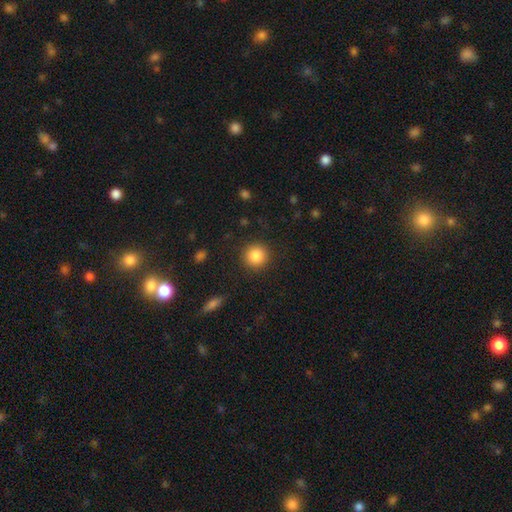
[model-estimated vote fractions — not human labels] A smooth galaxy with no disk features (85%) that is round (94%).

Vote fractions:
- Smooth or featured? smooth: 85% / star or artifact: 9% / featured or disk: 5%
- How rounded? round: 94% / in between: 5% / cigar-shaped: 1%
- Merging? none: 90% / minor disturbance: 6% / major disturbance: 3% / merger: 1%